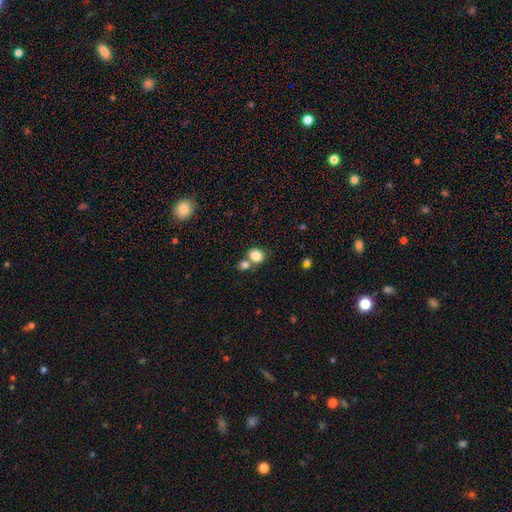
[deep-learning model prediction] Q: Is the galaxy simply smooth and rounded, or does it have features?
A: smooth — 83%.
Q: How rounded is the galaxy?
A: round — 60%.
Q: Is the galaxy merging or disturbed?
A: none — 51%.